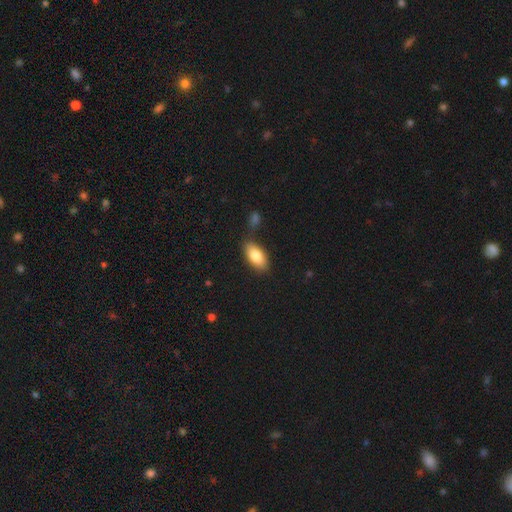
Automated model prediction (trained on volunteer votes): Smooth or featured: smooth — 83% (featured or disk — 11%)
How rounded: in between — 90% (cigar-shaped — 7%)
Merging: none — 76% (minor disturbance — 14%)